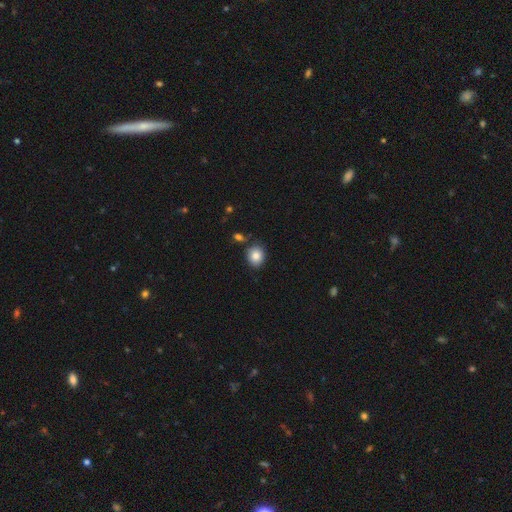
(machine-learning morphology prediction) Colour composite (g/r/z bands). It shows a smooth galaxy with no disk features (86%) that is round (65%). Merging: none (80%).